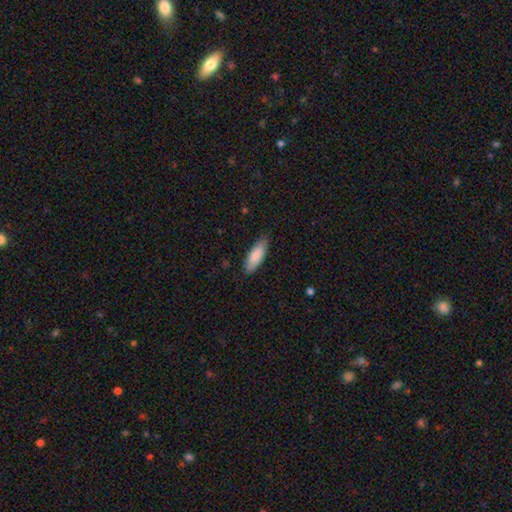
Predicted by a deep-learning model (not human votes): smooth_or_featured: smooth (p=0.84) [alt: featured or disk p=0.11]
how_rounded: in between (p=0.66) [alt: cigar-shaped p=0.33]
merging: none (p=0.80) [alt: minor disturbance p=0.16]